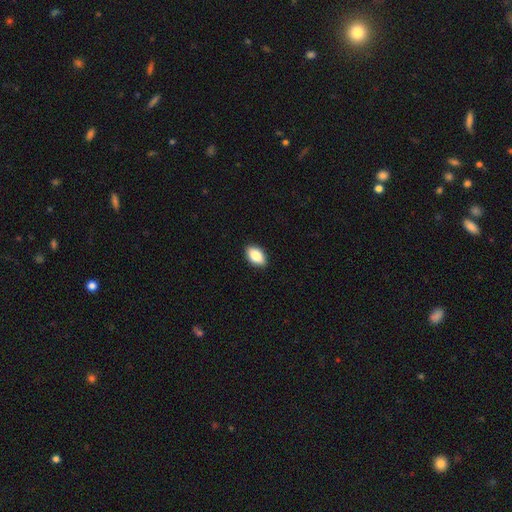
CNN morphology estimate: Smooth or featured? smooth (83%)
How rounded? in between (91%)
Merging? none (89%)